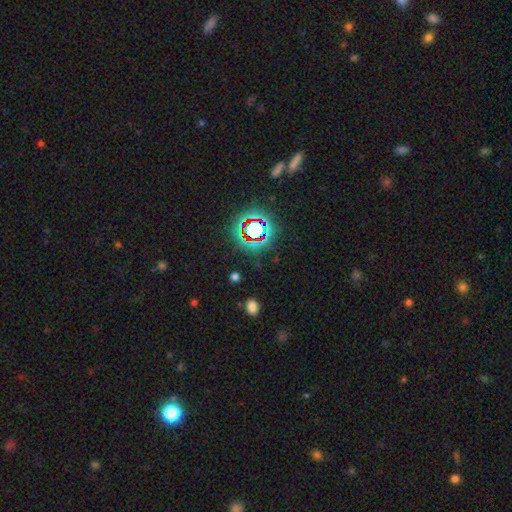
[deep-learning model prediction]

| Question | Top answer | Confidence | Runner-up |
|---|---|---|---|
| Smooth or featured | star or artifact | 76% | smooth (15%) |